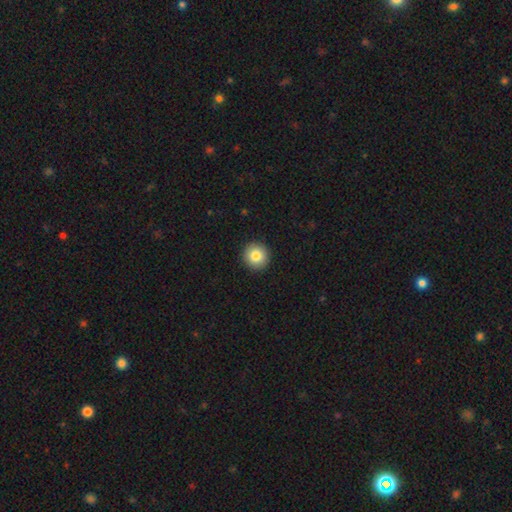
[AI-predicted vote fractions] Smooth or featured? Predicted: smooth (p=0.83). How rounded? Predicted: round (p=0.95). Merging? Predicted: none (p=0.93).